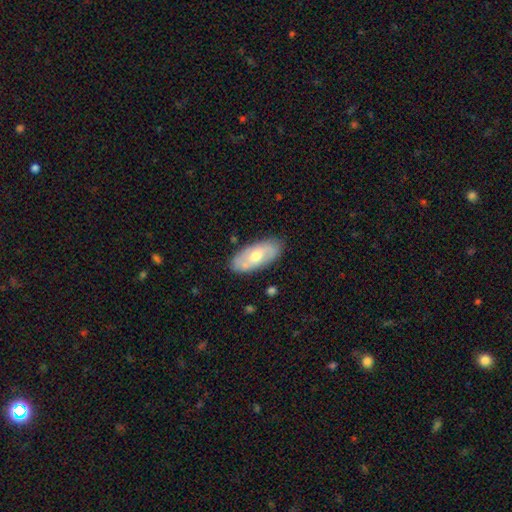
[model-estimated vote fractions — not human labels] Smooth or featured? Predicted: featured or disk (p=0.49). Merging? Predicted: none (p=0.83).